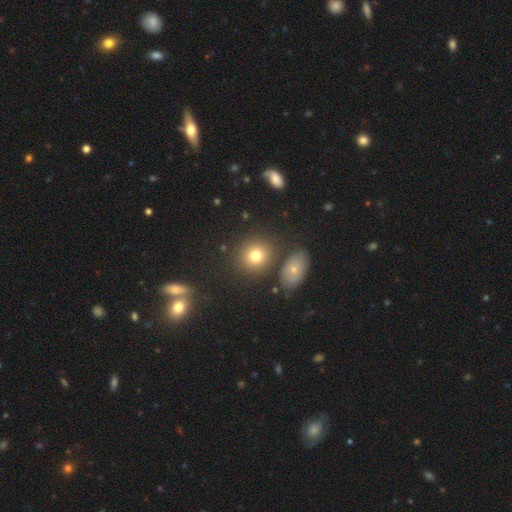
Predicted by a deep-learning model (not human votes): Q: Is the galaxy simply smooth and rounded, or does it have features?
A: smooth — 76%.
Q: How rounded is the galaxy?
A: round — 79%.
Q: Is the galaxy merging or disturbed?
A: none — 79%.